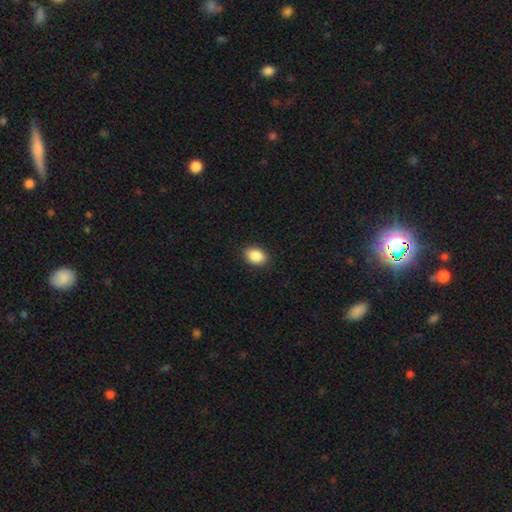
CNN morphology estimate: This is clearly a smooth galaxy (88%). How rounded: likely in between (74%). Merging: clearly none (90%).